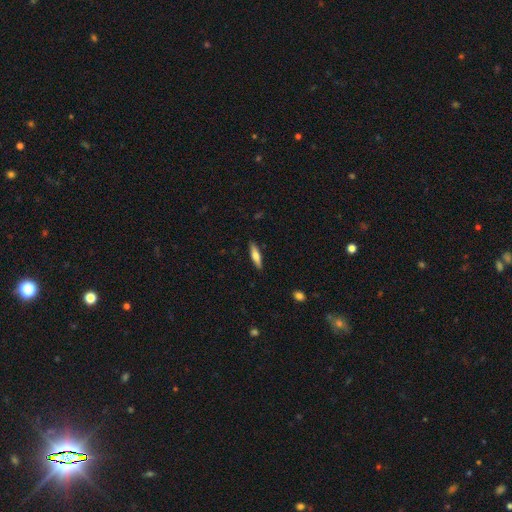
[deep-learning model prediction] smooth_or_featured: smooth (p=0.69) [alt: featured or disk p=0.26]
how_rounded: cigar-shaped (p=0.70) [alt: in between p=0.28]
merging: none (p=0.88) [alt: minor disturbance p=0.09]